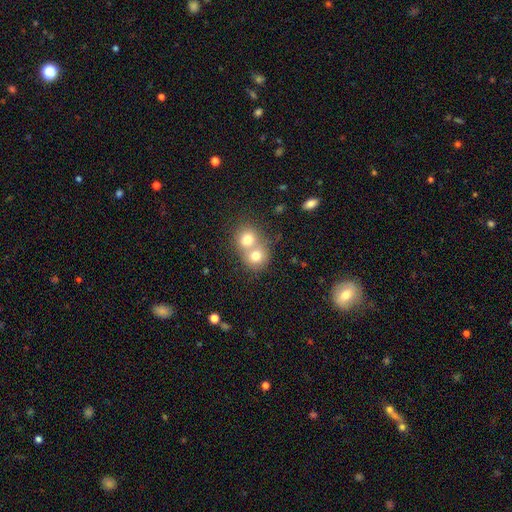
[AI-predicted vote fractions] A smooth galaxy with no disk features (74%) that is round (79%).

Vote fractions:
- Smooth or featured? smooth: 74% / featured or disk: 15% / star or artifact: 11%
- How rounded? round: 79% / in between: 20% / cigar-shaped: 1%
- Merging? merger: 63% / none: 30% / minor disturbance: 5% / major disturbance: 2%